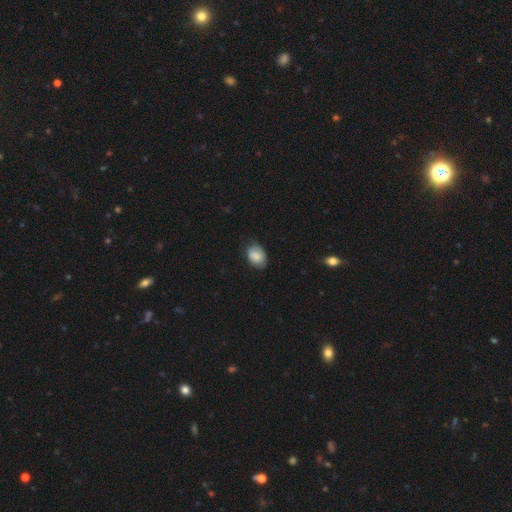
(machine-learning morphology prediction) The model was most divided on "merging": none: 72%, minor disturbance: 22%, major disturbance: 4%, merger: 1%. More confident: smooth or featured — smooth (80%); how rounded — in between (77%).